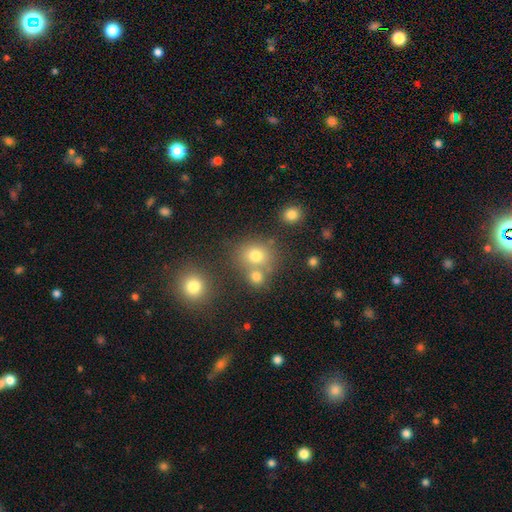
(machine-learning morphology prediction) type=smooth (74%); roundness=round (77%); merging=none (58%).